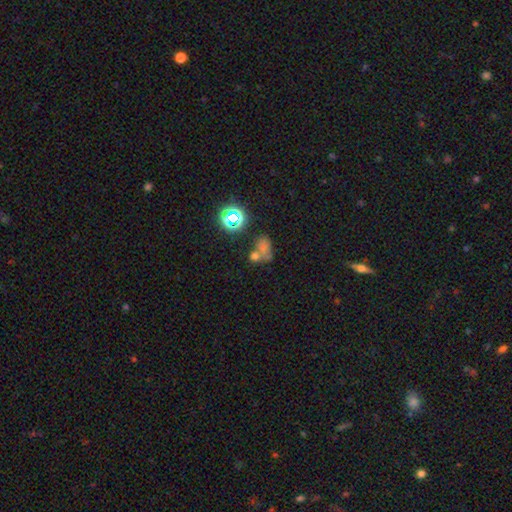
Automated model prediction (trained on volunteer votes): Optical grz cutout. It shows a smooth galaxy with no disk features (58%) that is in between round and cigar-shaped (55%). Merging: merger (46%).